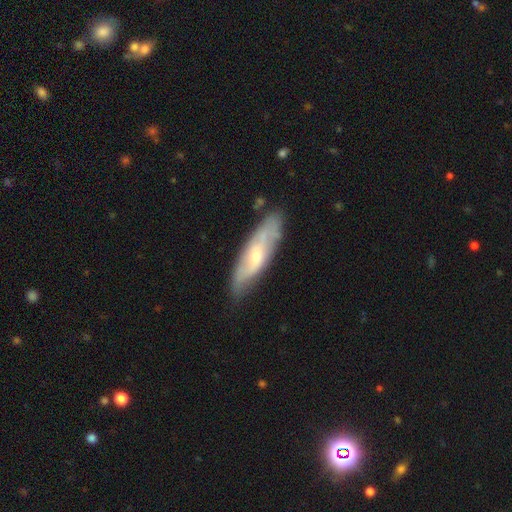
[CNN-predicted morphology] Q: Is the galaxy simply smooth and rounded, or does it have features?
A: featured or disk — 57%.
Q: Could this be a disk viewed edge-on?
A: no — 67%.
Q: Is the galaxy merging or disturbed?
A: none — 75%.